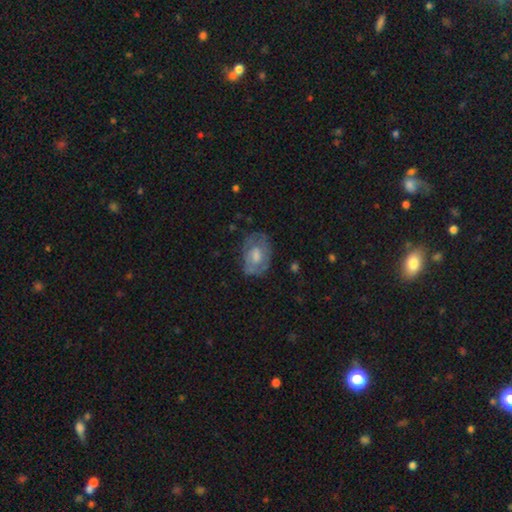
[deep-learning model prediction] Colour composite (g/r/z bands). It shows a featured or disk galaxy (56%) with no bar (64%), spiral arms (55%) and a moderate central bulge (52%). Merging: none (68%).